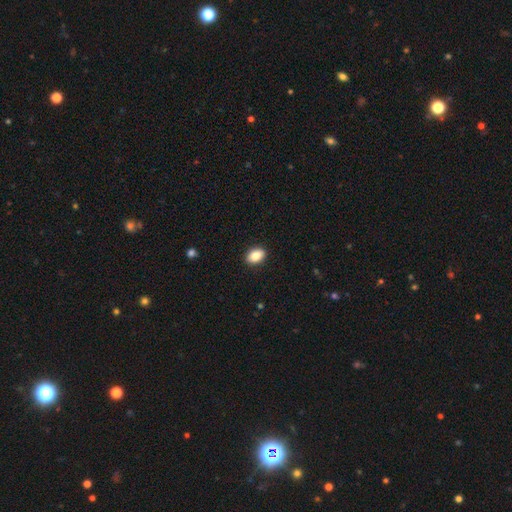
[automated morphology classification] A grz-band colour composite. It shows a smooth galaxy with no disk features (89%) that is in between round and cigar-shaped (86%). Merging: none (90%).